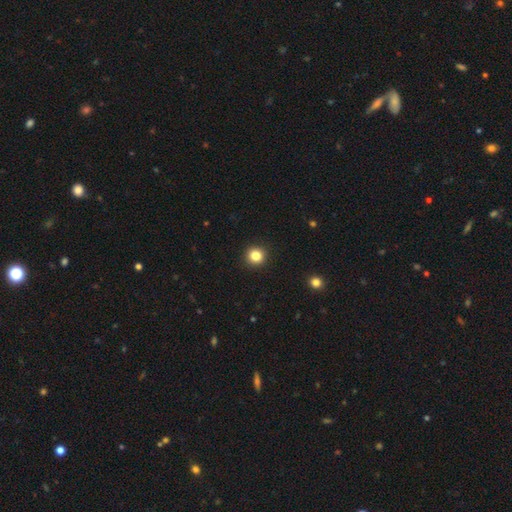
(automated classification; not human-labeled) smooth_or_featured: smooth (p=0.83) [alt: star or artifact p=0.12]
how_rounded: round (p=0.93) [alt: in between p=0.06]
merging: none (p=0.93) [alt: minor disturbance p=0.05]